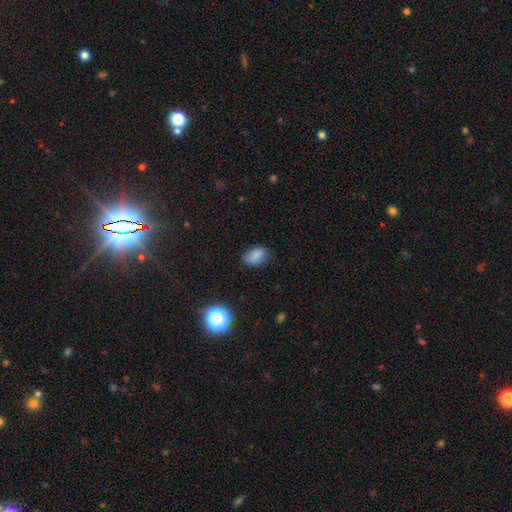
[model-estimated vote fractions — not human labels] The model was most divided on "merging": none: 72%, minor disturbance: 22%, major disturbance: 5%, merger: 1%. More confident: how rounded — in between (86%); smooth or featured — smooth (82%).